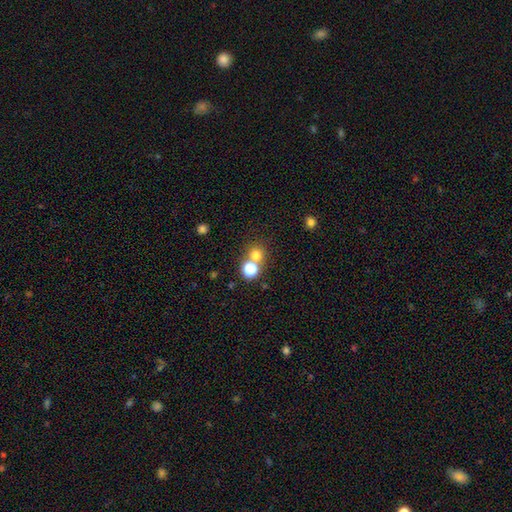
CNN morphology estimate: Smooth or featured?
  - smooth: 72% *
  - star or artifact: 20%
  - featured or disk: 8%
How rounded?
  - round: 90% *
  - in between: 9%
  - cigar-shaped: 1%
Merging?
  - none: 62% *
  - merger: 28%
  - minor disturbance: 6%
  - major disturbance: 3%